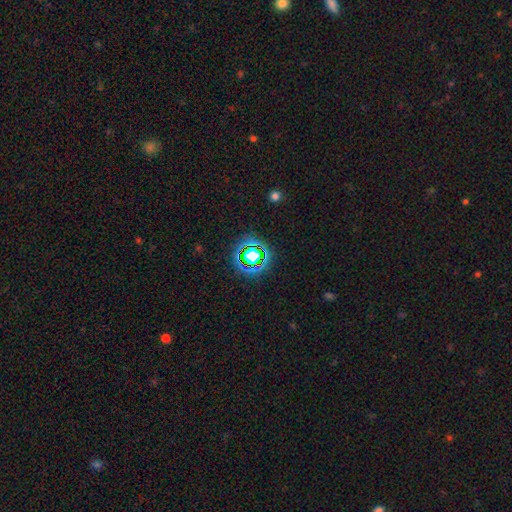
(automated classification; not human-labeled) smooth-or-featured: star or artifact: 60% | smooth: 27% | featured or disk: 13%